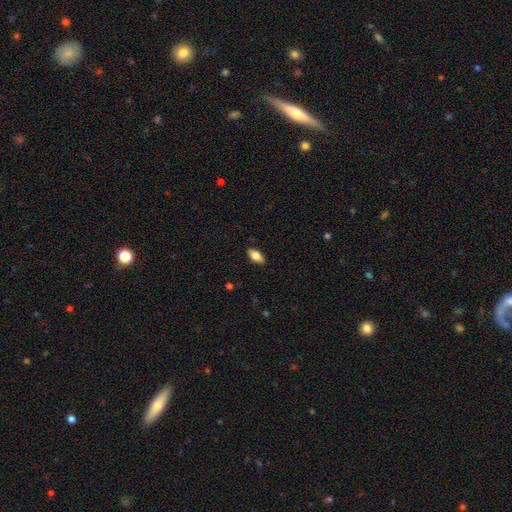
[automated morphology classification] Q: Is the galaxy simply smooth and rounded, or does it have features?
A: smooth — 78%.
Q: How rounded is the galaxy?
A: in between — 88%.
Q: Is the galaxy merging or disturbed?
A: none — 87%.